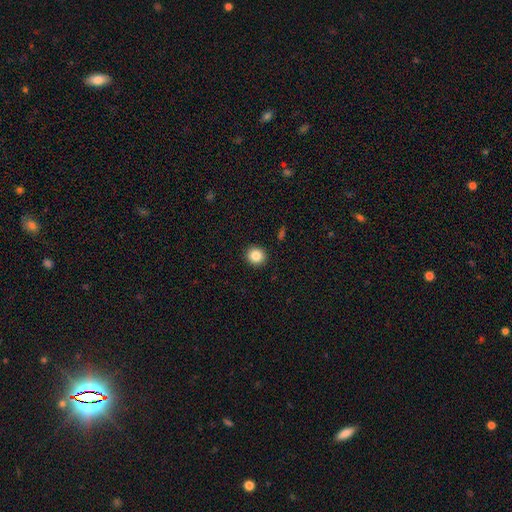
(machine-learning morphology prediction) Smooth or featured?
  - smooth: 85% *
  - star or artifact: 10%
  - featured or disk: 6%
How rounded?
  - round: 89% *
  - in between: 10%
  - cigar-shaped: 1%
Merging?
  - none: 93% *
  - minor disturbance: 5%
  - major disturbance: 2%
  - merger: 1%